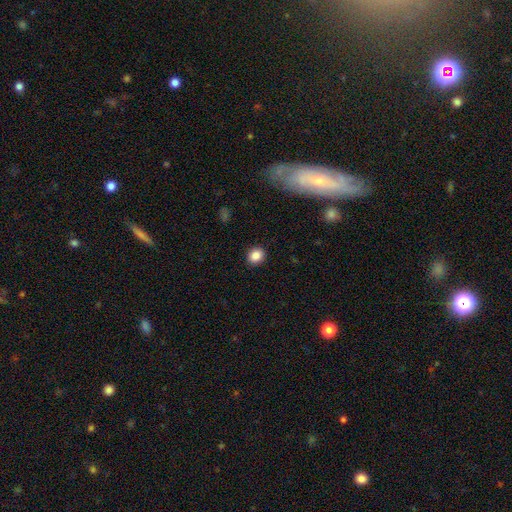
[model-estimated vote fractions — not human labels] Morphology: type=smooth (87%); roundness=round (70%); merging=none (91%).